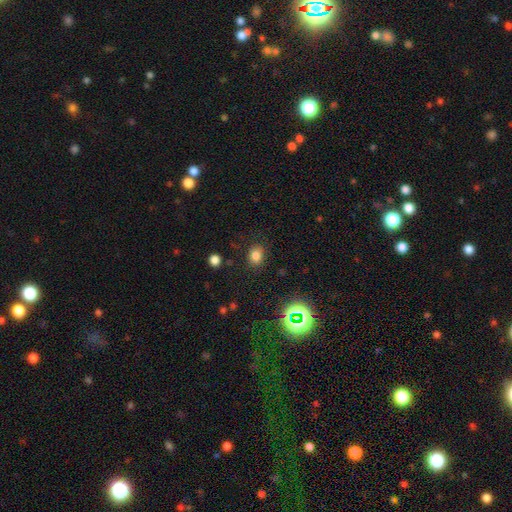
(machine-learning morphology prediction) smooth_or_featured: smooth (p=0.79) [alt: star or artifact p=0.15]
how_rounded: round (p=0.50) [alt: in between p=0.49]
merging: none (p=0.83) [alt: minor disturbance p=0.11]